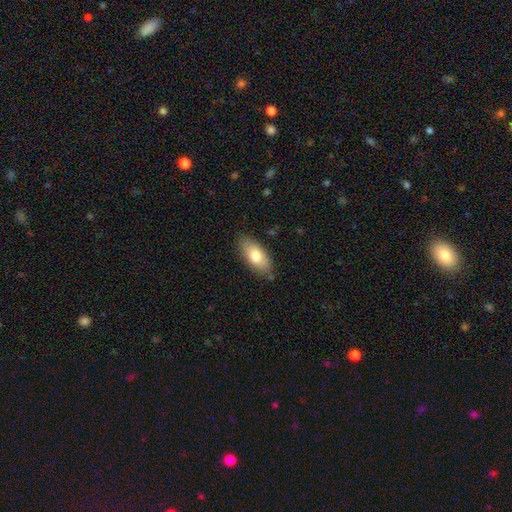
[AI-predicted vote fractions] Q: Smooth or featured?
A: smooth (75%); runner-up: featured or disk (19%)
Q: How rounded?
A: in between (87%); runner-up: cigar-shaped (10%)
Q: Merging?
A: none (82%); runner-up: minor disturbance (13%)